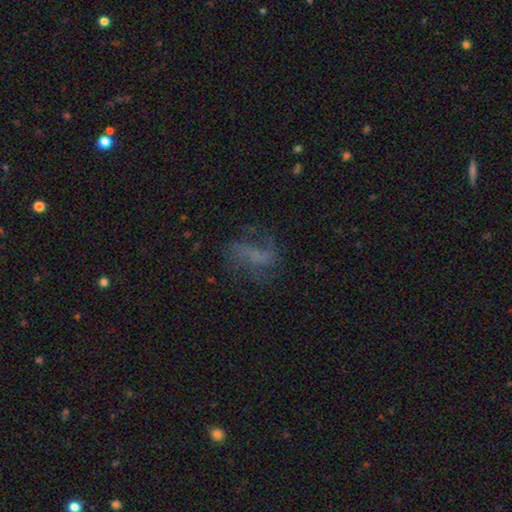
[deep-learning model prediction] Smooth or featured? featured or disk (54%)
Edge-on disk? no (95%)
Bar? no (47%)
Spiral arms? yes (66%)
Bulge size? none (63%)
Merging? none (54%)